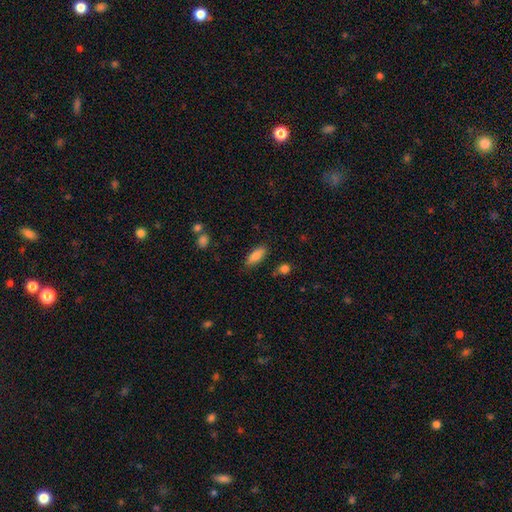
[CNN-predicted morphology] smooth-or-featured: smooth: 83% | featured or disk: 10% | star or artifact: 7%
  how-rounded: in between: 76% | cigar-shaped: 22% | round: 2%
  merging: none: 81% | minor disturbance: 14% | major disturbance: 3% | merger: 2%